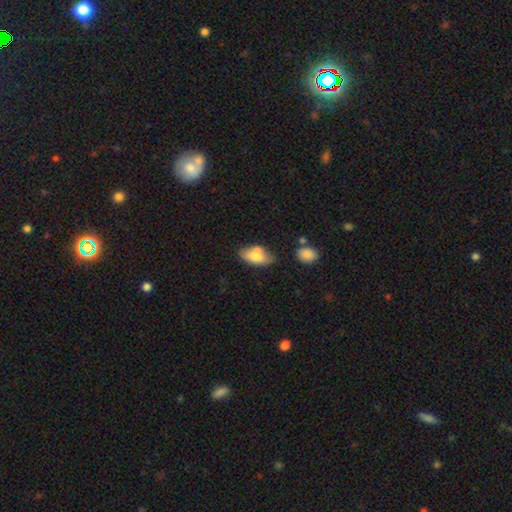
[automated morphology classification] Smooth or featured? smooth (73%)
How rounded? in between (91%)
Merging? none (50%)